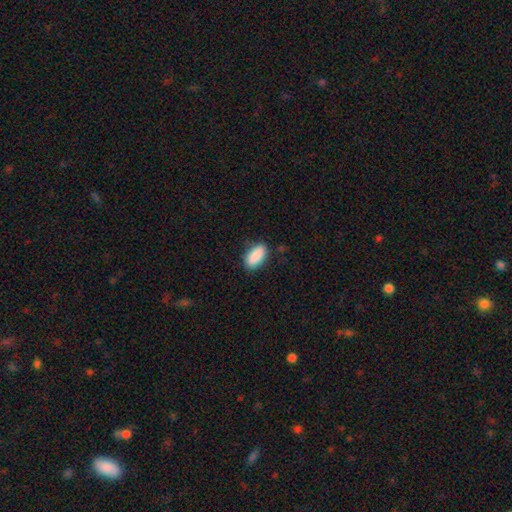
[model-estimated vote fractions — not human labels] smooth-or-featured: smooth: 89% | star or artifact: 7% | featured or disk: 4%
  how-rounded: in between: 88% | cigar-shaped: 9% | round: 3%
  merging: none: 83% | minor disturbance: 13% | major disturbance: 3% | merger: 1%